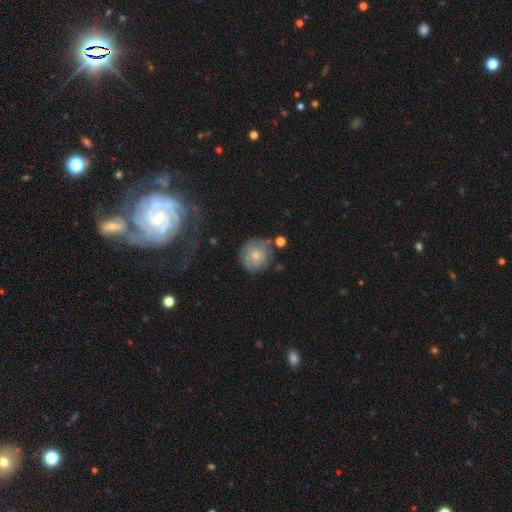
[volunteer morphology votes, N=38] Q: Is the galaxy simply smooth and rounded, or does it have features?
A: smooth — 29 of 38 (76%).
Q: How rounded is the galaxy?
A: round — 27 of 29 (93%).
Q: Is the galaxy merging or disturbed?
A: none — 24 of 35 (69%).